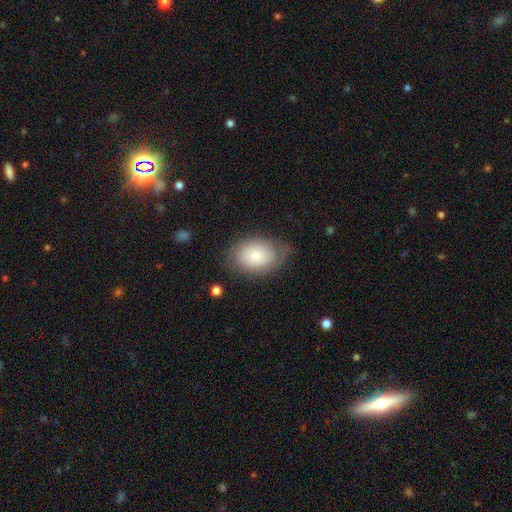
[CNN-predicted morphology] smooth 70%, featured or disk 23%, star or artifact 7%. Down the decision tree: how rounded — in between (70%); merging — none (63%).